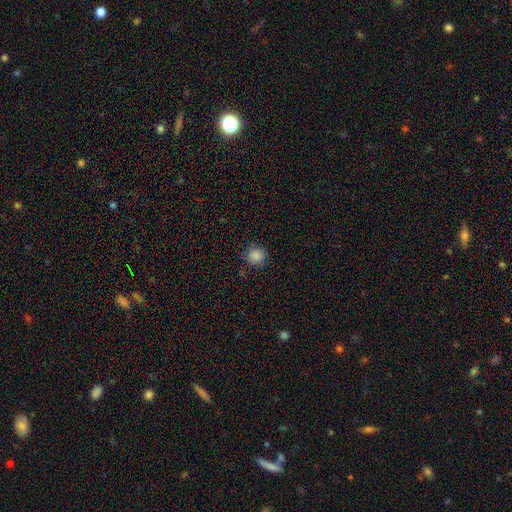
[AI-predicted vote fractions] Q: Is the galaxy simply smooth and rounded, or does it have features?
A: smooth — 86%.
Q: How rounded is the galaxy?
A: round — 91%.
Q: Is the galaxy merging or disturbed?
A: none — 87%.